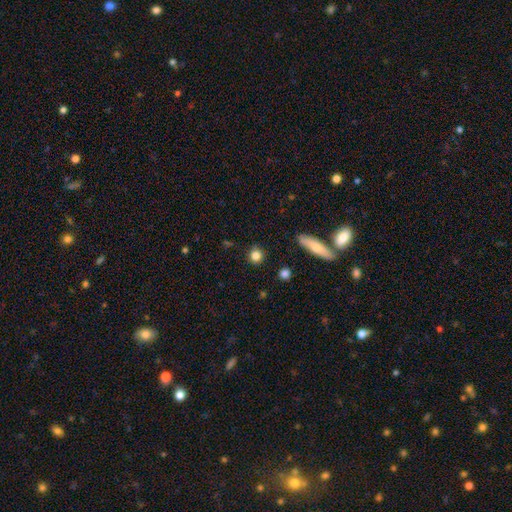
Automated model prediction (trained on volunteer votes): The model was most divided on "smooth or featured": smooth: 83%, star or artifact: 10%, featured or disk: 7%. More confident: merging — none (88%); how rounded — round (85%).